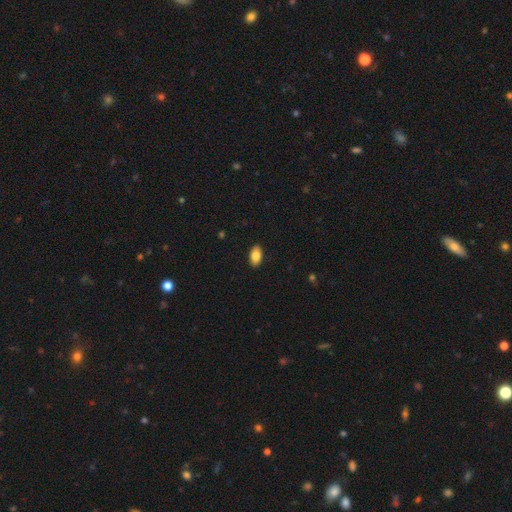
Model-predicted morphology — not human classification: smooth_or_featured: smooth (p=0.83) [alt: featured or disk p=0.09]
how_rounded: in between (p=0.93) [alt: round p=0.04]
merging: none (p=0.90) [alt: minor disturbance p=0.07]